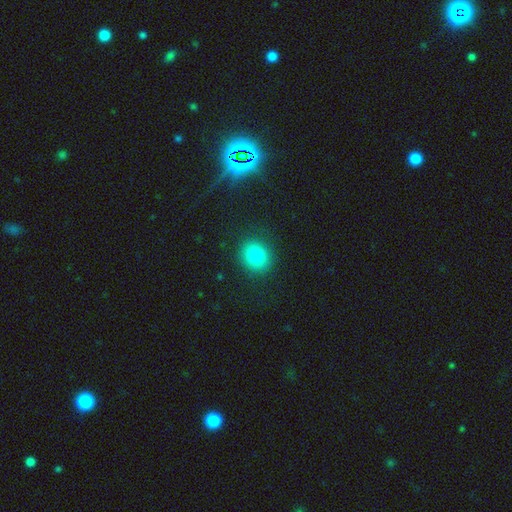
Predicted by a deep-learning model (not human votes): This appears to be a smooth galaxy with no disk features (81%) that is round (76%). Merging: none (88%).